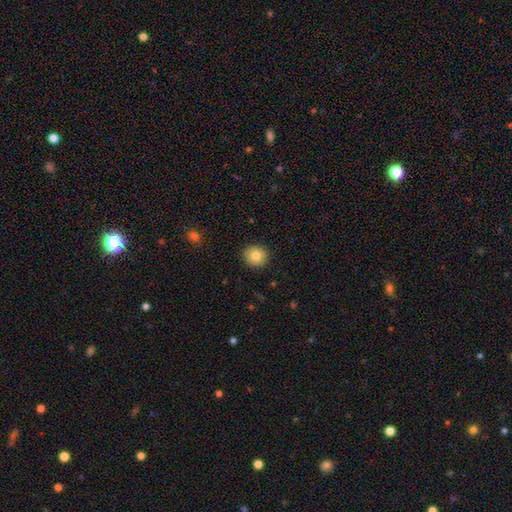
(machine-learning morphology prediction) Smooth or featured?
  - smooth: 80% *
  - featured or disk: 11%
  - star or artifact: 9%
How rounded?
  - round: 85% *
  - in between: 14%
  - cigar-shaped: 1%
Merging?
  - none: 91% *
  - minor disturbance: 6%
  - major disturbance: 2%
  - merger: 1%